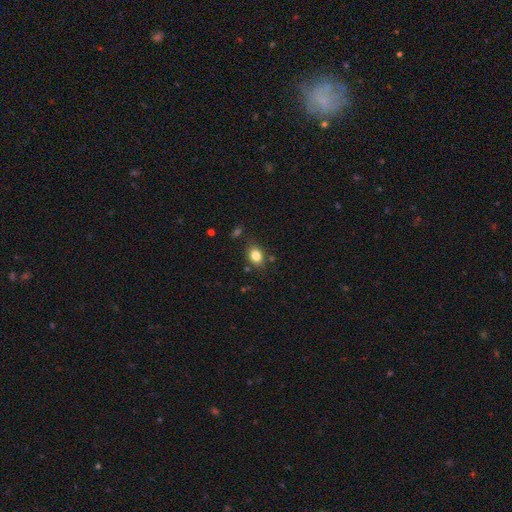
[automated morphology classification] Smooth or featured?
  - smooth: 82% *
  - star or artifact: 10%
  - featured or disk: 8%
How rounded?
  - in between: 65% *
  - round: 34%
  - cigar-shaped: 1%
Merging?
  - none: 80% *
  - minor disturbance: 13%
  - merger: 3%
  - major disturbance: 3%